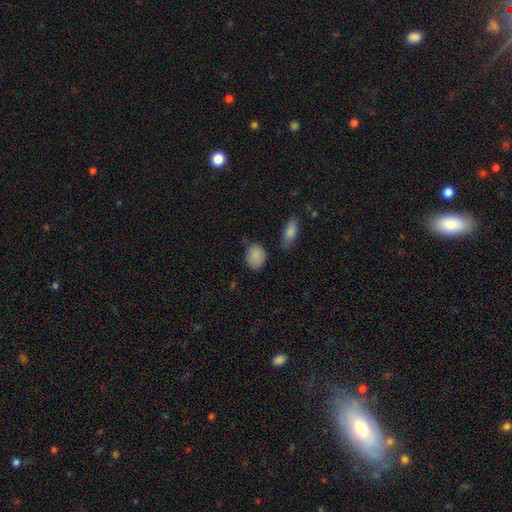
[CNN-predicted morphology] This is clearly a smooth galaxy (87%). How rounded: possibly in between (50%). Merging: likely none (73%).